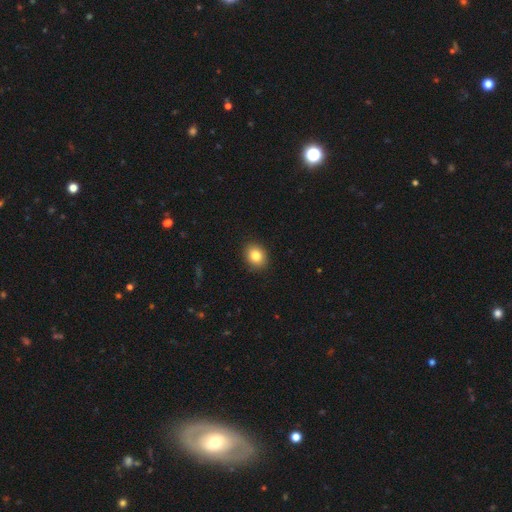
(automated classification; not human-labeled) Smooth or featured: smooth — 84% (star or artifact — 10%)
How rounded: round — 58% (in between — 41%)
Merging: none — 90% (minor disturbance — 7%)